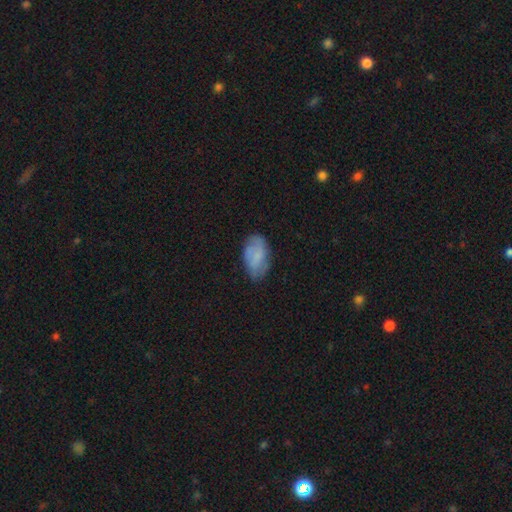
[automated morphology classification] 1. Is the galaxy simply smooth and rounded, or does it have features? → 63% smooth, 29% featured or disk, 8% star or artifact.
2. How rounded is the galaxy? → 93% in between, 5% round, 2% cigar-shaped.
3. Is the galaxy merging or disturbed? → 68% none, 24% minor disturbance, 7% major disturbance, 1% merger.